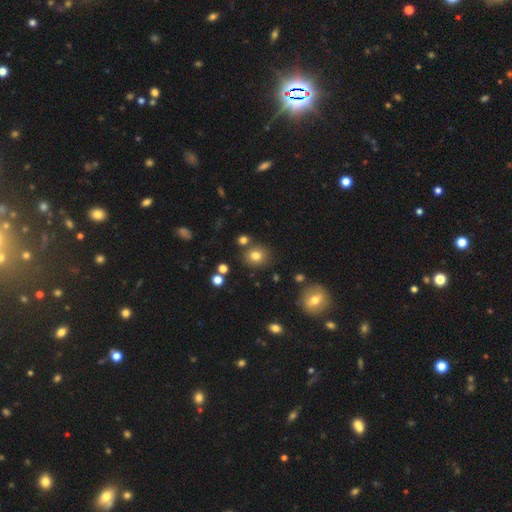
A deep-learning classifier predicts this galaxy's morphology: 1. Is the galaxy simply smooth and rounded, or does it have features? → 77% smooth, 14% star or artifact, 9% featured or disk.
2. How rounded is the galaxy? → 75% round, 24% in between, 1% cigar-shaped.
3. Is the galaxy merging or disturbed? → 80% none, 10% minor disturbance, 7% merger, 3% major disturbance.